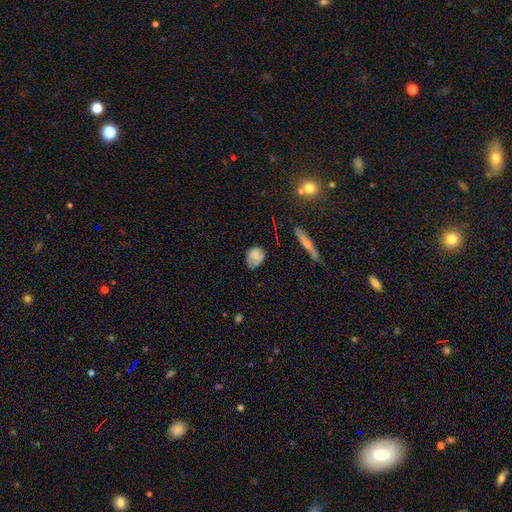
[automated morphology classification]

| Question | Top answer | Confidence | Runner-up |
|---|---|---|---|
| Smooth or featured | smooth | 69% | featured or disk (22%) |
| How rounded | round | 55% | in between (43%) |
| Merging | none | 59% | minor disturbance (30%) |